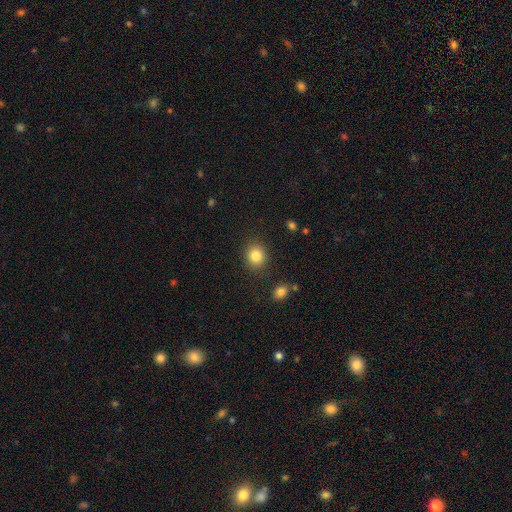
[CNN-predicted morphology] Overall: smooth (84%). How rounded: round (75%). Merging: none (87%).